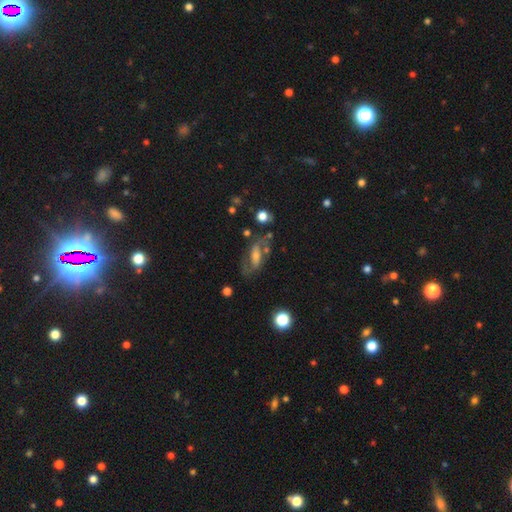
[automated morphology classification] Overall: featured or disk (64%; smooth 27%). Edge-on disk: no (88%). Bar: weak (36%; strong 33%). Spiral arms: yes (77%). Bulge size: moderate (38%; small 33%). Merging: none (59%; minor disturbance 20%).